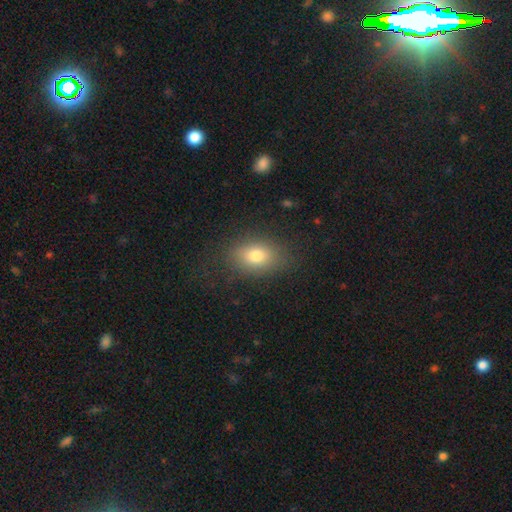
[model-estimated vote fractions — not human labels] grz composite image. It shows a smooth galaxy with no disk features (77%) that is in between round and cigar-shaped (78%). Merging: none (81%).